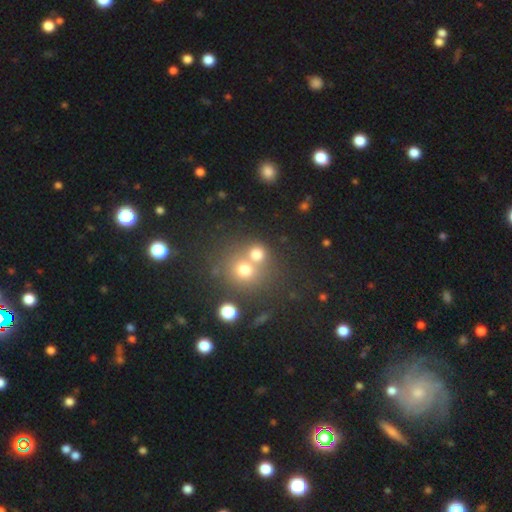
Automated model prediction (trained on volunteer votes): This is likely a smooth galaxy (68%). How rounded: clearly round (84%). Merging: possibly none (49%).